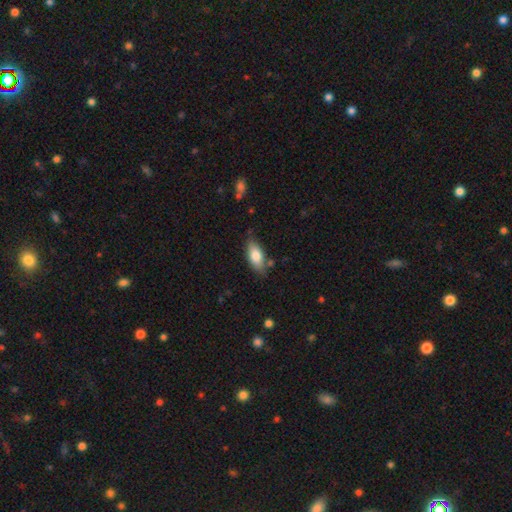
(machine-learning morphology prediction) A smooth galaxy with no disk features (79%) that is in between round and cigar-shaped (87%). Merging: none (75%).